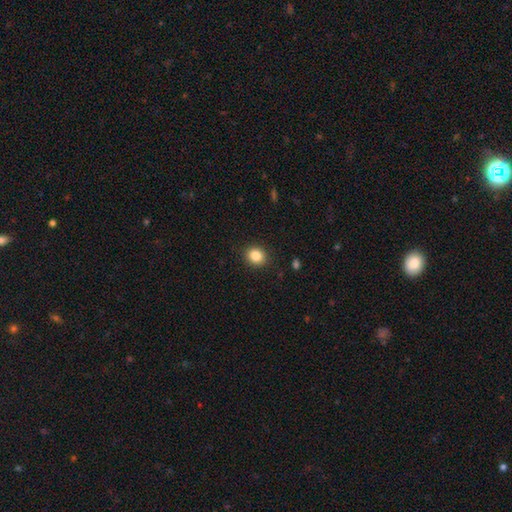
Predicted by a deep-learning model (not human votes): Smooth or featured?
  - smooth: 86% *
  - star or artifact: 10%
  - featured or disk: 5%
How rounded?
  - round: 69% *
  - in between: 30%
  - cigar-shaped: 1%
Merging?
  - none: 90% *
  - minor disturbance: 7%
  - major disturbance: 2%
  - merger: 1%